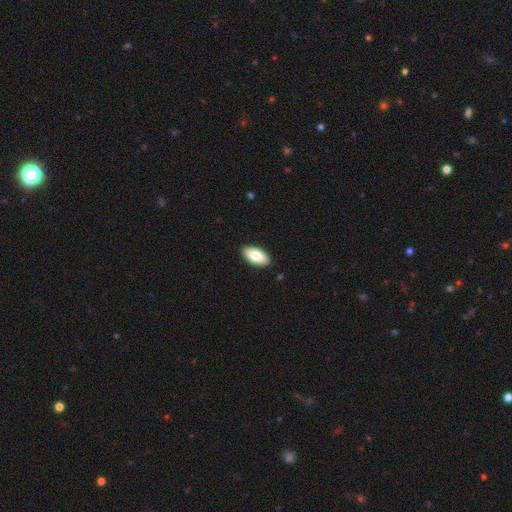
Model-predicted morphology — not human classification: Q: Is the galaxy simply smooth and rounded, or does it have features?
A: smooth — 80%.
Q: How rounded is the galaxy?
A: in between — 92%.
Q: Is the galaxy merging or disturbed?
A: none — 90%.